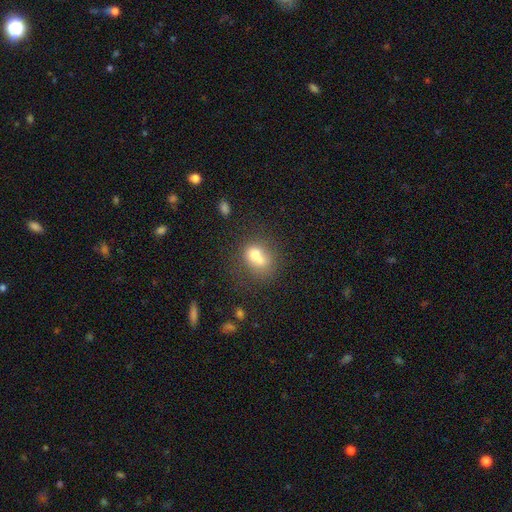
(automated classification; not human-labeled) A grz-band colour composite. It shows a smooth galaxy with no disk features (65%) that is round (52%). Merging: merger (55%).